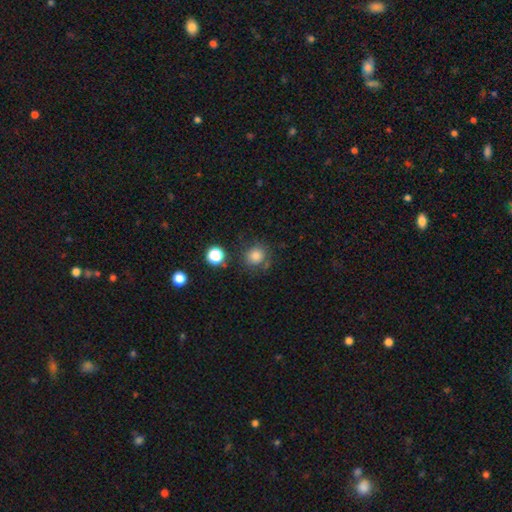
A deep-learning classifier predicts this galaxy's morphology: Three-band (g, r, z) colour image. It shows a smooth galaxy with no disk features (82%) that is round (87%). Merging: none (75%).